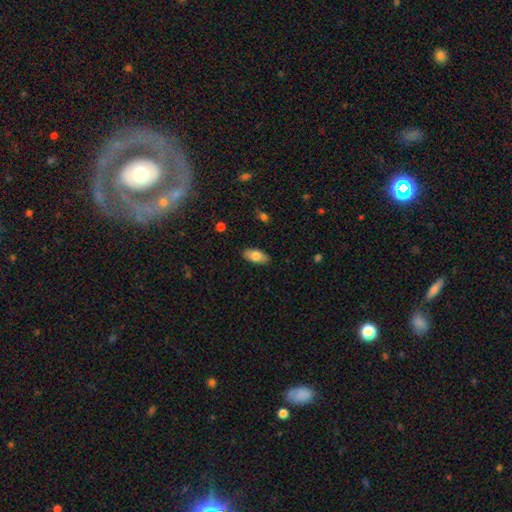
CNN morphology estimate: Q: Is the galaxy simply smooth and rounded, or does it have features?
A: smooth — 76%.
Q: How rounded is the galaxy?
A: in between — 91%.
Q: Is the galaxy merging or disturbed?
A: none — 87%.